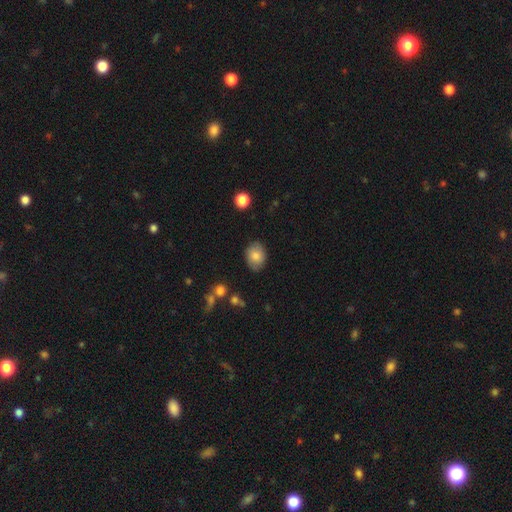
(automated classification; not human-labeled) Smooth or featured? Predicted: smooth (p=0.80). How rounded? Predicted: in between (p=0.65). Merging? Predicted: none (p=0.83).